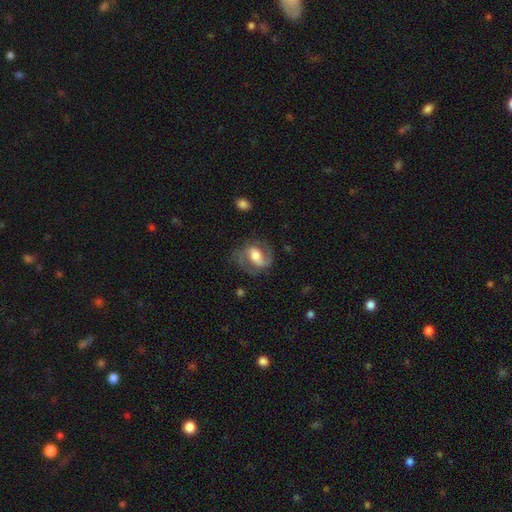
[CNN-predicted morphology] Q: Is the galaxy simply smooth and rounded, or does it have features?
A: featured or disk — 74%.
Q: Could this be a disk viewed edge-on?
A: no — 96%.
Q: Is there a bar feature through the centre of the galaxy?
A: weak — 43%.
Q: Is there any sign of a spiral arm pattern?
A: yes — 90%.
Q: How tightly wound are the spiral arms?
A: medium — 52%.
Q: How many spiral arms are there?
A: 2 — 83%.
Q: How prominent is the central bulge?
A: moderate — 59%.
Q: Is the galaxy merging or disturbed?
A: none — 65%.